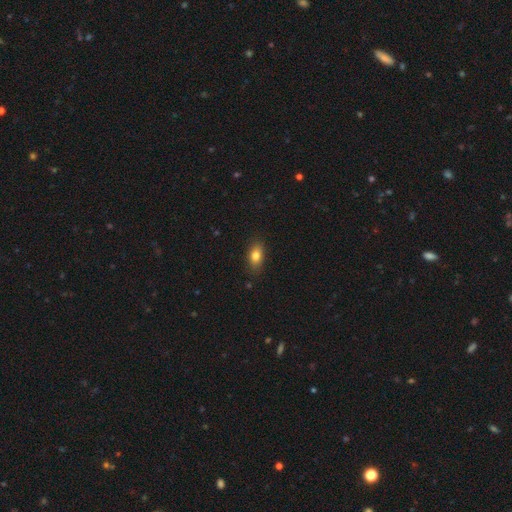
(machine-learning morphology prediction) A smooth galaxy with no disk features (80%) that is in between round and cigar-shaped (83%). Merging: none (85%).